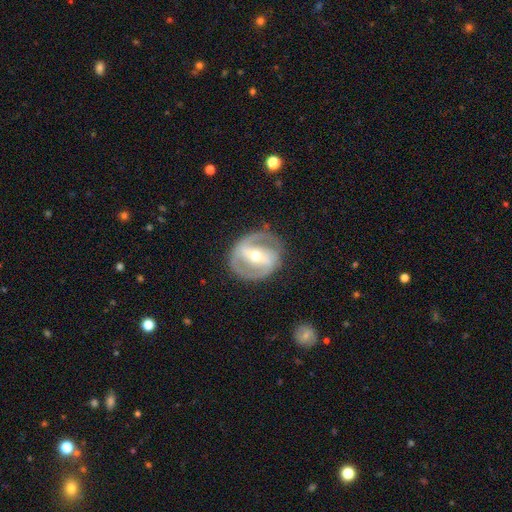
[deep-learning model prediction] A featured or disk galaxy (85%) with a strong bar (63%), 2 (87%) medium (46%) spiral arms (83%) and a moderate central bulge (59%).

Vote fractions:
- Smooth or featured? featured or disk: 85% / smooth: 11% / star or artifact: 4%
- Edge-on disk? no: 96% / yes: 4%
- Bar? strong: 63% / weak: 26% / no: 11%
- Spiral arms? yes: 83% / no: 17%
- Spiral winding? medium: 46% / tight: 39% / loose: 15%
- Spiral arm count? 2: 87% / can't tell: 6% / 1: 3% / 3: 2% / 4: 1% / more than 4: 1%
- Bulge size? moderate: 59% / small: 36% / large: 3% / none: 1% / dominant: 1%
- Merging? none: 82% / minor disturbance: 11% / major disturbance: 5% / merger: 1%